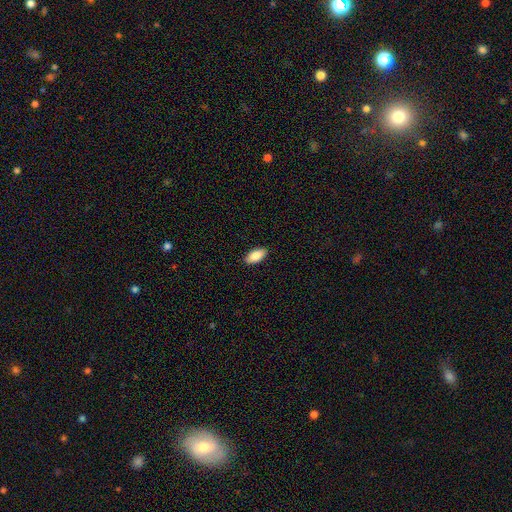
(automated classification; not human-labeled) This appears to be a smooth galaxy with no disk features (87%) that is in between round and cigar-shaped (92%). Merging: none (90%).